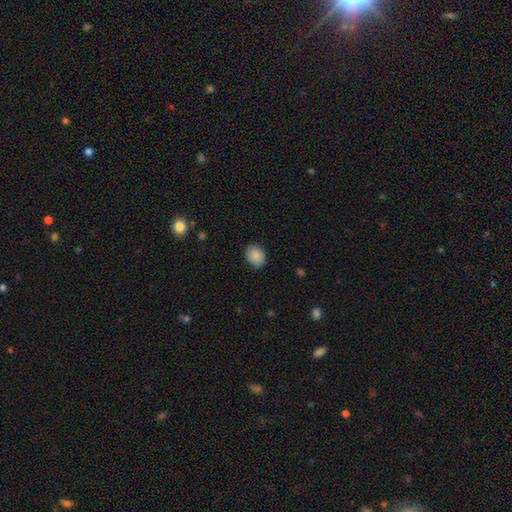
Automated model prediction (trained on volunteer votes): This is clearly a smooth galaxy (88%). How rounded: possibly in between (55%). Merging: clearly none (81%).